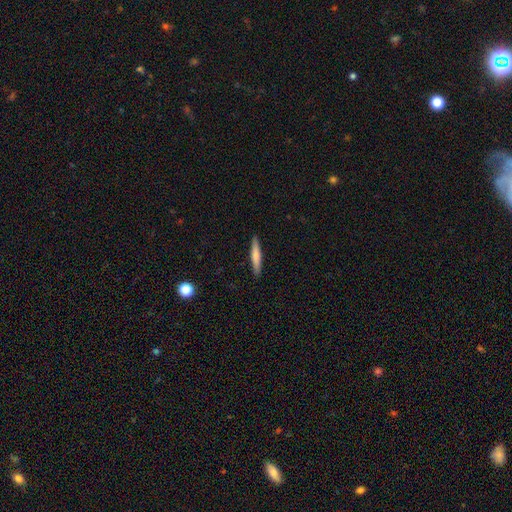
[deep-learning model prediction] smooth-or-featured: smooth: 67% | featured or disk: 28% | star or artifact: 6%
  how-rounded: cigar-shaped: 92% | in between: 6% | round: 1%
  merging: none: 91% | minor disturbance: 7% | major disturbance: 1% | merger: 1%